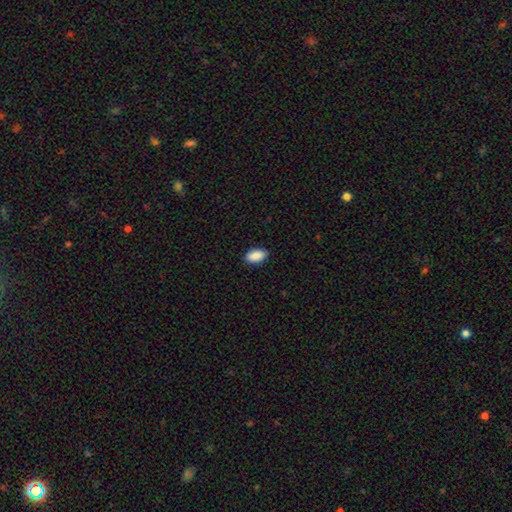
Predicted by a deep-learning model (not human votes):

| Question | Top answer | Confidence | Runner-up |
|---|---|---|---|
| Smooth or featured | smooth | 90% | star or artifact (6%) |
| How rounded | in between | 94% | cigar-shaped (4%) |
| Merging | none | 89% | minor disturbance (9%) |